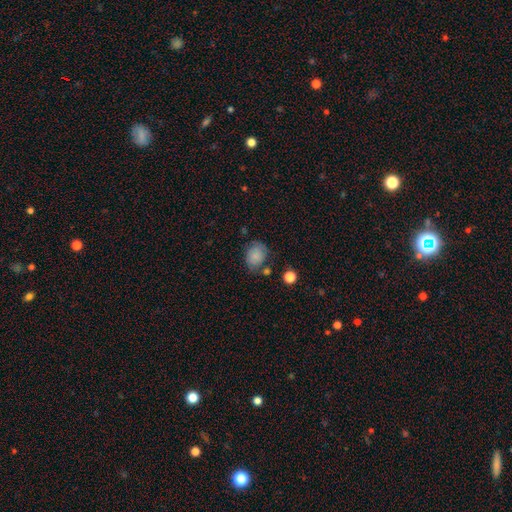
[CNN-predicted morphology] smooth 80%, featured or disk 11%, star or artifact 9%. Down the decision tree: how rounded — round (51%); merging — none (63%).